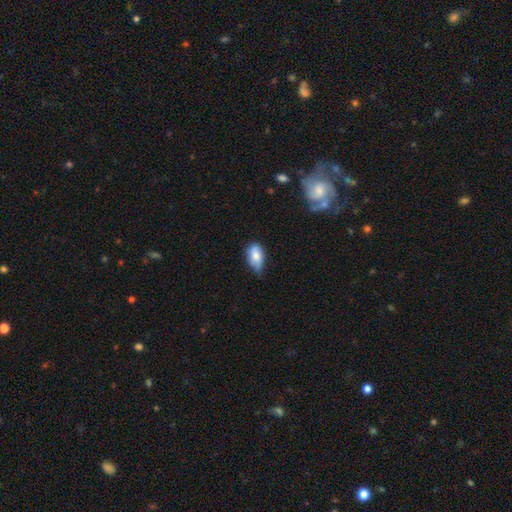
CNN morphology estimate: Smooth or featured? Predicted: smooth (p=0.76). How rounded? Predicted: in between (p=0.91). Merging? Predicted: minor disturbance (p=0.46).